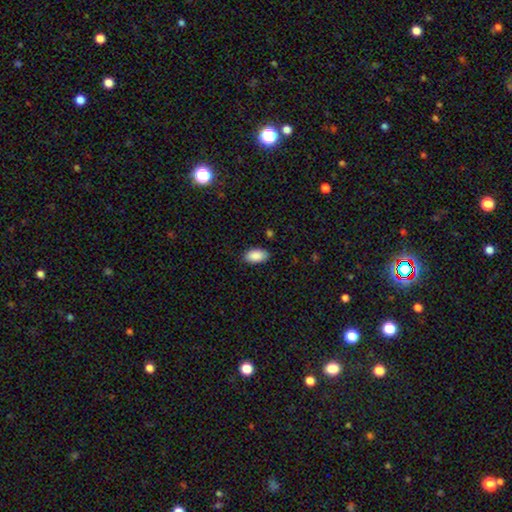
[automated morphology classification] A smooth galaxy with no disk features (89%) that is in between round and cigar-shaped (95%). Merging: none (85%).